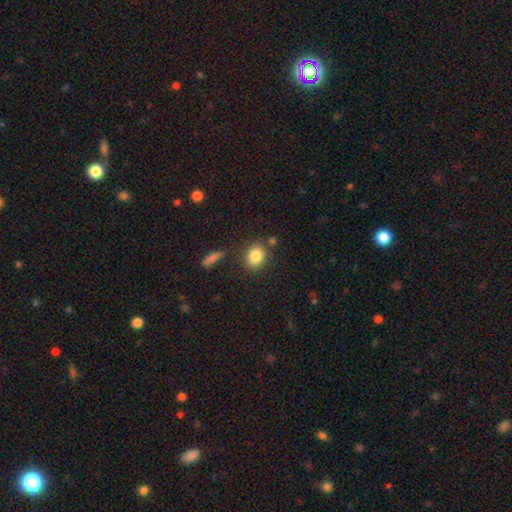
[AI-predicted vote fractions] A smooth galaxy with no disk features (83%) that is round (60%).

Vote fractions:
- Smooth or featured? smooth: 83% / star or artifact: 9% / featured or disk: 7%
- How rounded? round: 60% / in between: 39% / cigar-shaped: 2%
- Merging? none: 78% / minor disturbance: 11% / merger: 7% / major disturbance: 3%